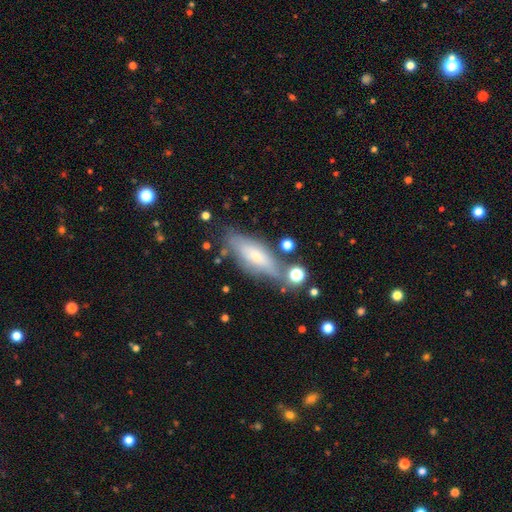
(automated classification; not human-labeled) Morphology: type=smooth (49%); merging=none (65%).